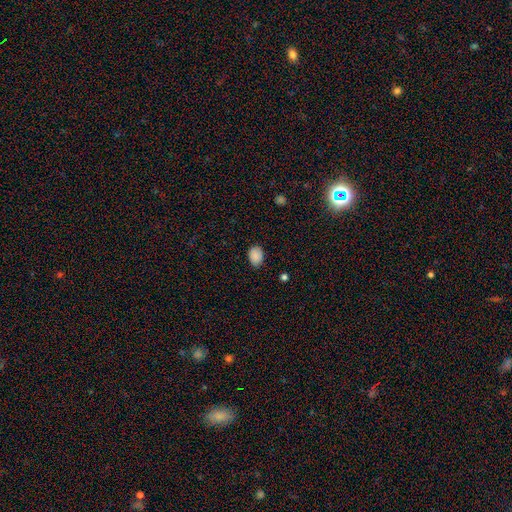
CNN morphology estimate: This is clearly a smooth galaxy (87%). How rounded: likely in between (74%). Merging: clearly none (82%).